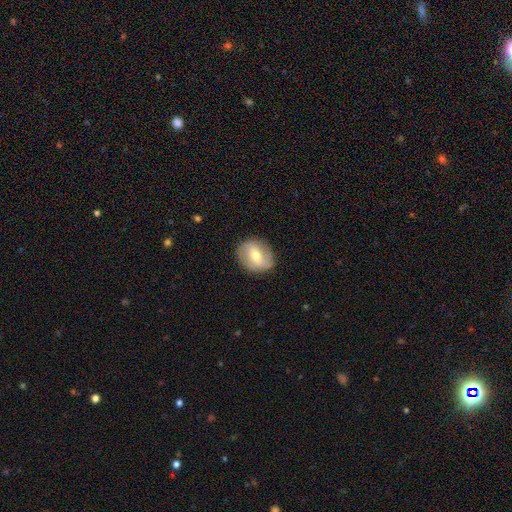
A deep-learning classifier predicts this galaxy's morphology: featured or disk 56%, smooth 37%, star or artifact 7%. Down the decision tree: edge-on disk — no (94%); bar — weak (44%); spiral arms — yes (62%); bulge size — moderate (67%); merging — none (85%).